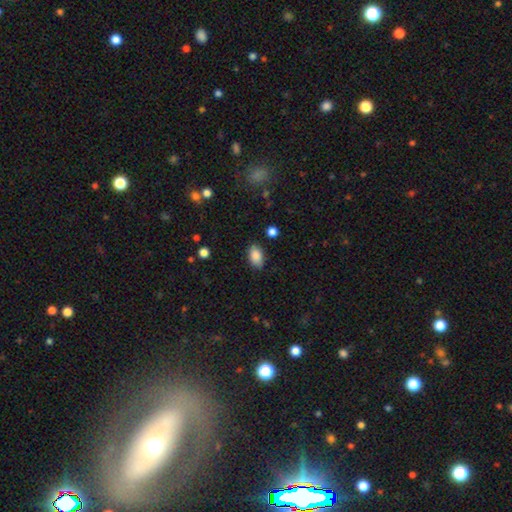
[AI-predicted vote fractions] This appears to be a smooth galaxy with no disk features (87%) that is in between round and cigar-shaped (91%). Merging: none (84%).